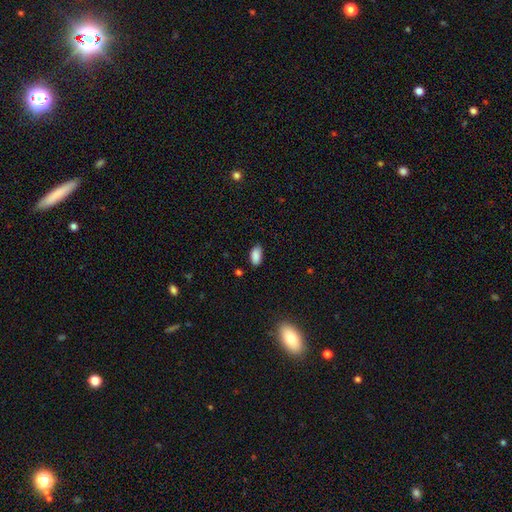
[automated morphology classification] Q: Smooth or featured?
A: smooth (88%); runner-up: star or artifact (8%)
Q: How rounded?
A: in between (93%); runner-up: cigar-shaped (4%)
Q: Merging?
A: none (83%); runner-up: minor disturbance (13%)